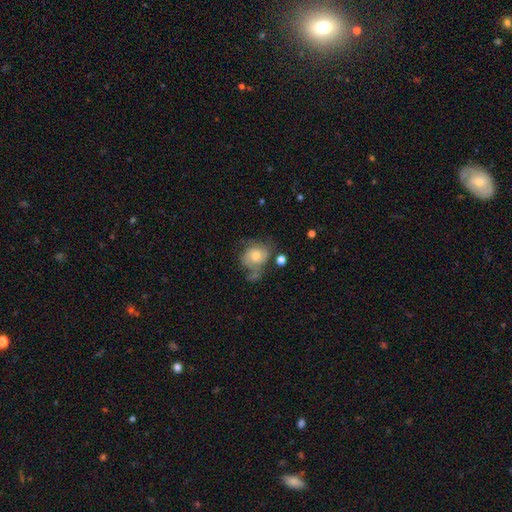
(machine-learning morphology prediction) Overall: featured or disk (46%; smooth 43%). Merging: none (43%; minor disturbance 26%).